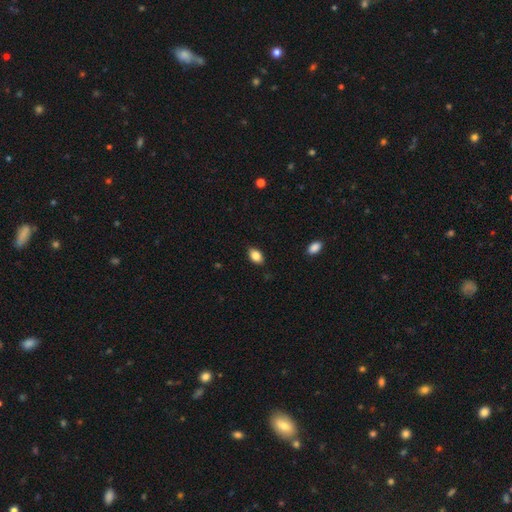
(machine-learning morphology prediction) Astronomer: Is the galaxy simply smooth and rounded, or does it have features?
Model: smooth — 86%.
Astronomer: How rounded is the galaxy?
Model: in between — 89%.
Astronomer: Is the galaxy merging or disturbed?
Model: none — 86%.